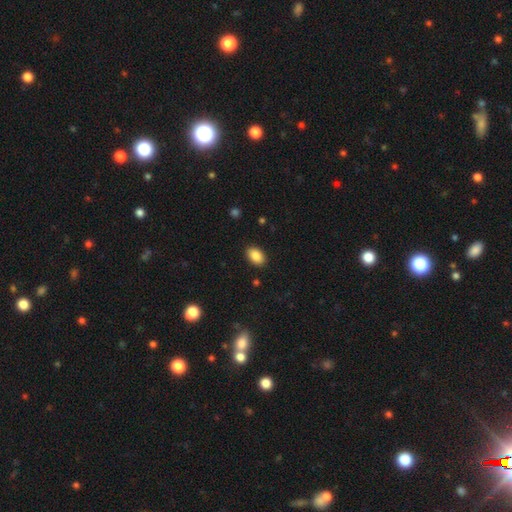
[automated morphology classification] smooth_or_featured: smooth (p=0.88) [alt: star or artifact p=0.08]
how_rounded: in between (p=0.87) [alt: round p=0.12]
merging: none (p=0.89) [alt: minor disturbance p=0.08]